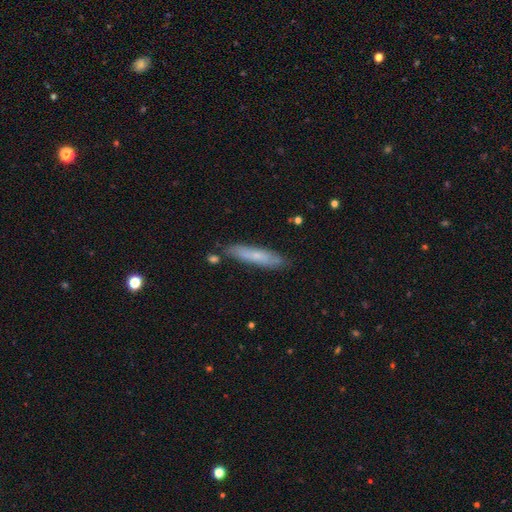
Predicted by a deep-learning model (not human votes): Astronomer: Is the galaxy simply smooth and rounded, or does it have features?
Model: smooth — 63%.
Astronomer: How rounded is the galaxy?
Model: cigar-shaped — 86%.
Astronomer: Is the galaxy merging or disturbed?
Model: none — 80%.